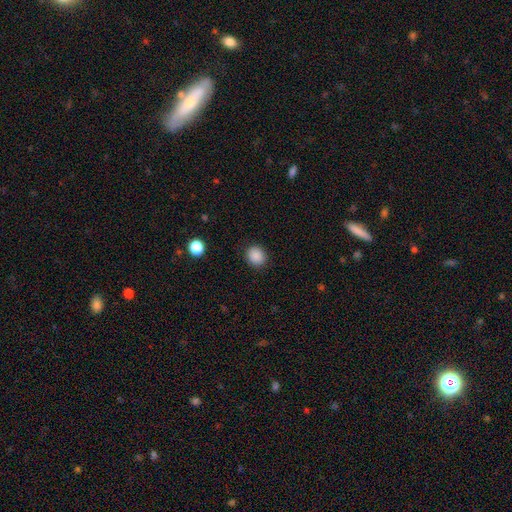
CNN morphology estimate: A smooth galaxy with no disk features (88%) that is round (76%). Merging: none (90%).